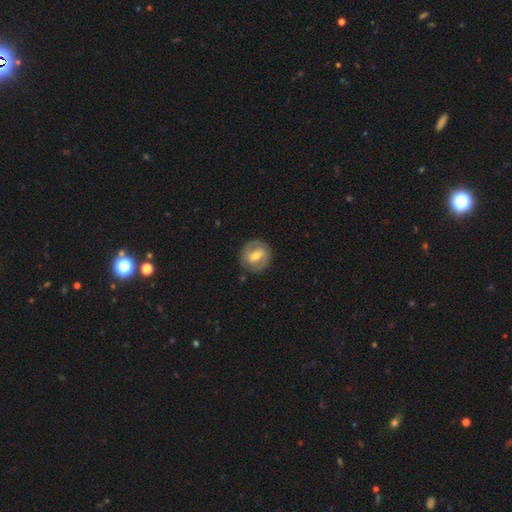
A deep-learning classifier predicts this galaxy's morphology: The model was most divided on "bar": weak: 42%, strong: 39%, no: 18%. More confident: edge-on disk — no (95%); merging — none (83%); bulge size — moderate (61%); spiral arms — yes (61%); smooth or featured — featured or disk (57%).